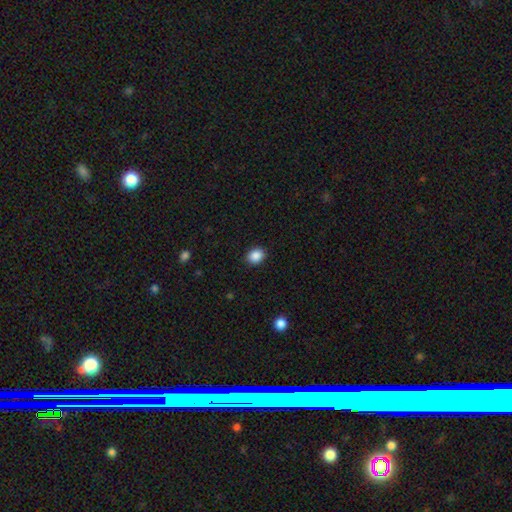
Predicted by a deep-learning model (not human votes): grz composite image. It shows a smooth galaxy with no disk features (88%) that is round (52%). Merging: none (90%).